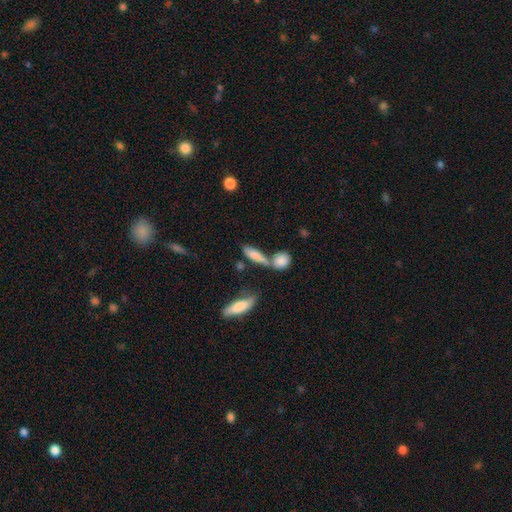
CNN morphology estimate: Smooth or featured? smooth (76%)
How rounded? cigar-shaped (54%)
Merging? none (47%)